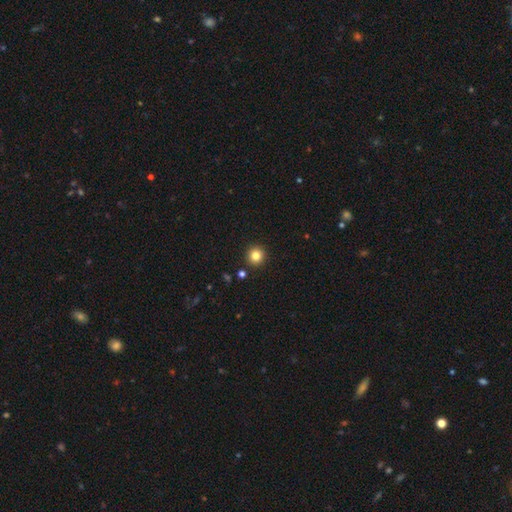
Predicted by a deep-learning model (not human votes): Smooth or featured: smooth — 83% (star or artifact — 12%)
How rounded: round — 95% (in between — 4%)
Merging: none — 92% (minor disturbance — 5%)